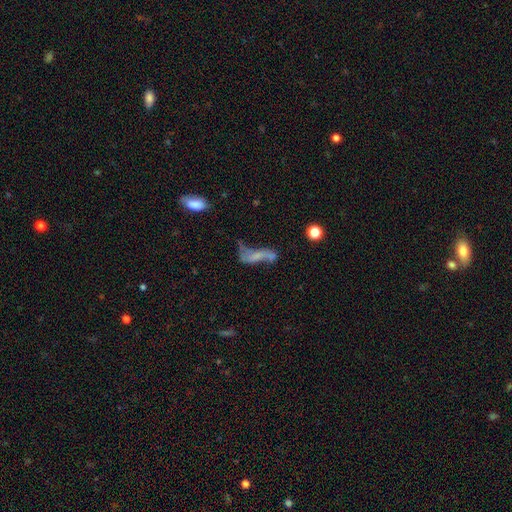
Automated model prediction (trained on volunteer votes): The model was most divided on "merging": none: 31%, major disturbance: 28%, merger: 22%, minor disturbance: 19%. More confident: edge-on disk — no (87%); smooth or featured — featured or disk (51%).